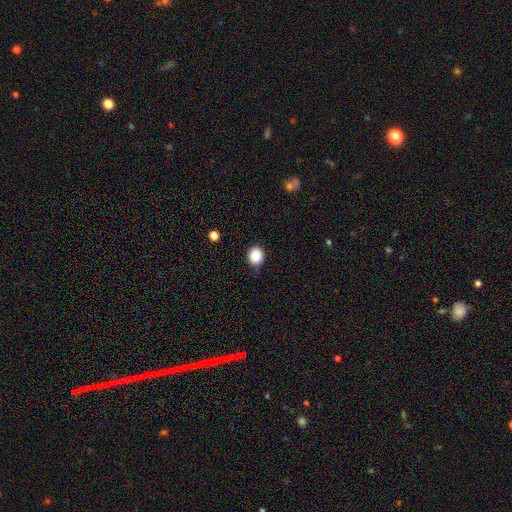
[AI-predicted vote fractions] Q: Smooth or featured?
A: smooth (88%); runner-up: star or artifact (9%)
Q: How rounded?
A: round (79%); runner-up: in between (20%)
Q: Merging?
A: none (86%); runner-up: minor disturbance (11%)